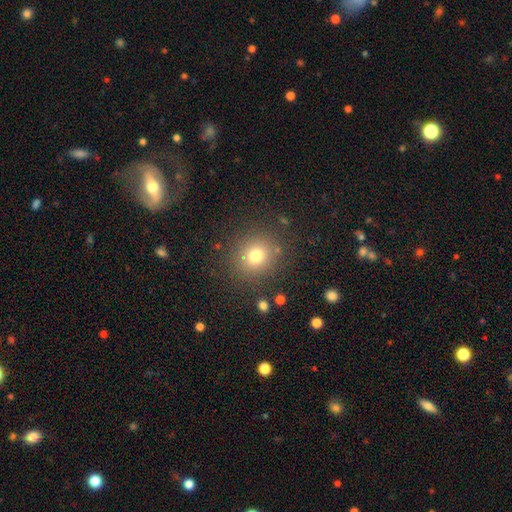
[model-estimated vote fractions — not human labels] This is likely a smooth galaxy (75%). How rounded: clearly round (86%). Merging: clearly none (85%).